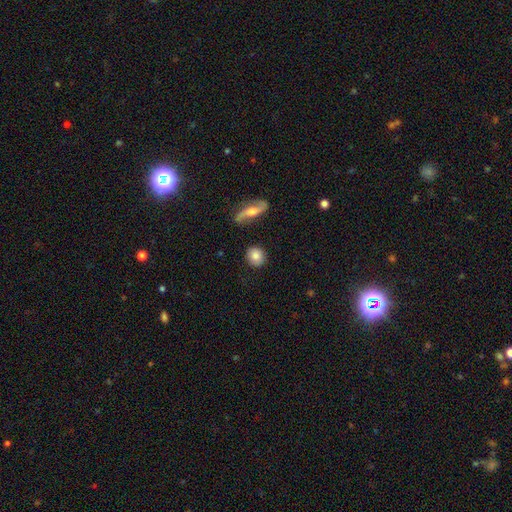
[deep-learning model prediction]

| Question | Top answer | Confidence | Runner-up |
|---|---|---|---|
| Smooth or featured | smooth | 82% | featured or disk (11%) |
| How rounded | round | 81% | in between (17%) |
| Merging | none | 86% | minor disturbance (9%) |